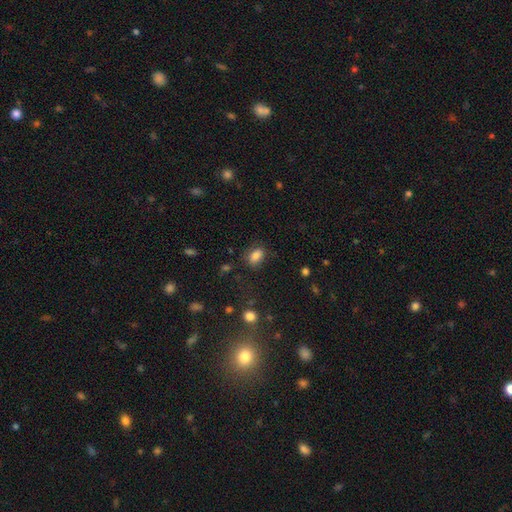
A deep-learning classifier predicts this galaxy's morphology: Smooth or featured? smooth (84%)
How rounded? in between (84%)
Merging? none (74%)